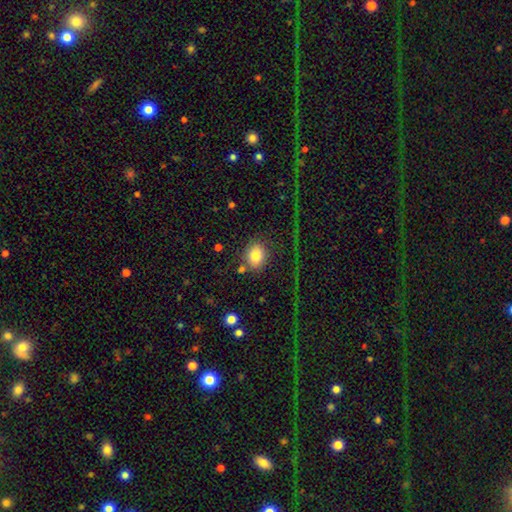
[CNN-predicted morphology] Smooth or featured? Predicted: smooth (p=0.80). How rounded? Predicted: round (p=0.60). Merging? Predicted: none (p=0.69).